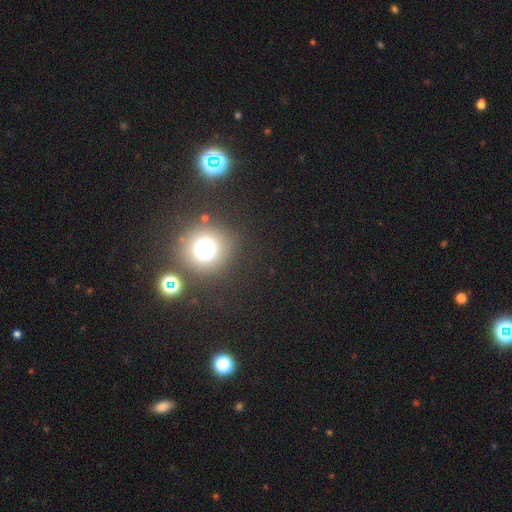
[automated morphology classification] Smooth or featured: smooth — 47% (tied with star or artifact — 47%)
Merging: none — 87% (minor disturbance — 6%)